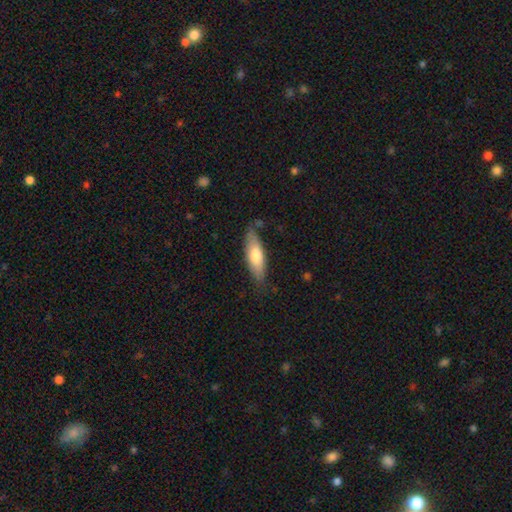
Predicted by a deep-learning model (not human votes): Smooth or featured? Predicted: smooth (p=0.70). How rounded? Predicted: in between (p=0.52). Merging? Predicted: none (p=0.74).